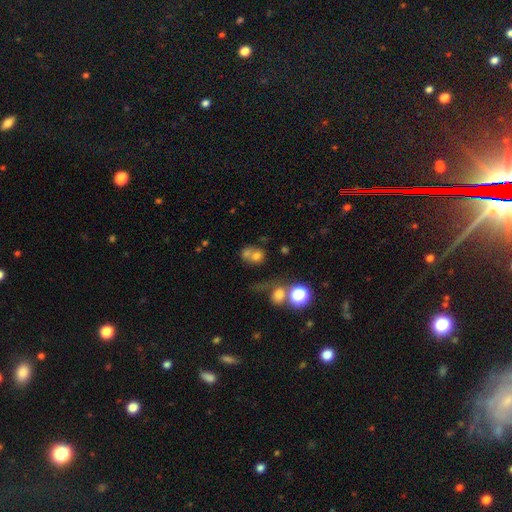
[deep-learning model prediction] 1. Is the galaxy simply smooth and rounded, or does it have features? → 65% smooth, 18% featured or disk, 17% star or artifact.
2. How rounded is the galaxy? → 65% round, 33% in between, 1% cigar-shaped.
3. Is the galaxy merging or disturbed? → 48% merger, 30% none, 11% major disturbance, 10% minor disturbance.